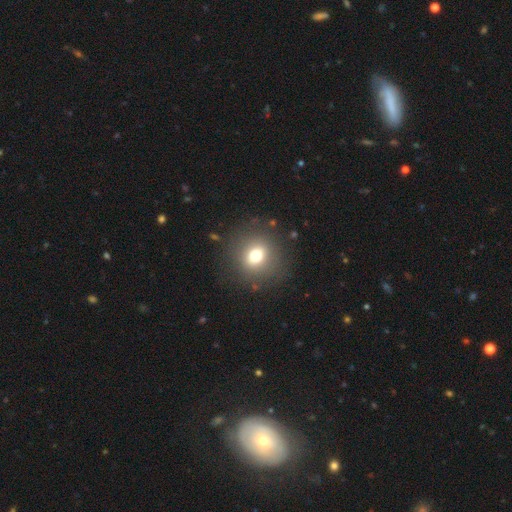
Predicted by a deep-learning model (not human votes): The model was most divided on "smooth or featured": smooth: 72%, featured or disk: 15%, star or artifact: 13%. More confident: merging — none (83%); how rounded — round (79%).